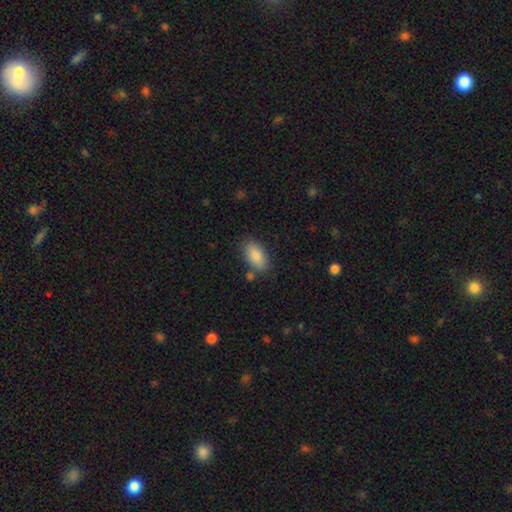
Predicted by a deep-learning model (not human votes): Overall: smooth (84%). How rounded: in between (92%). Merging: none (80%).